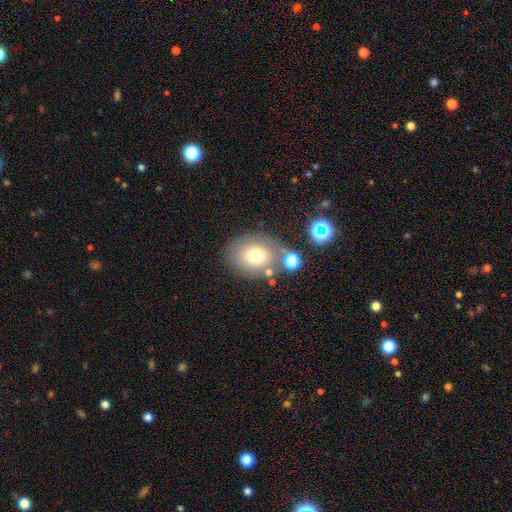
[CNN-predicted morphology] Smooth or featured? smooth (72%)
How rounded? in between (52%)
Merging? none (67%)